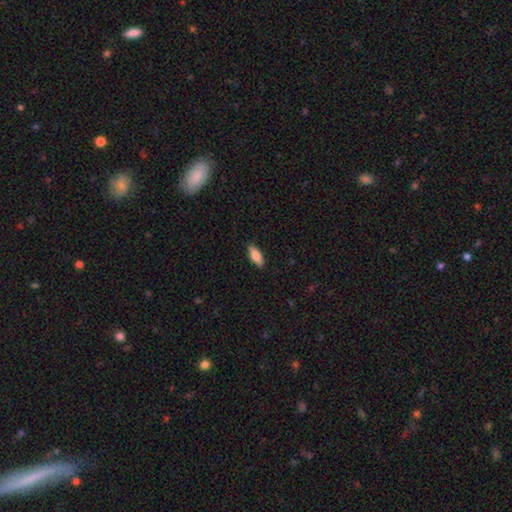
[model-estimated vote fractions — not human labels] This is likely a smooth galaxy (80%). How rounded: likely in between (72%). Merging: clearly none (86%).